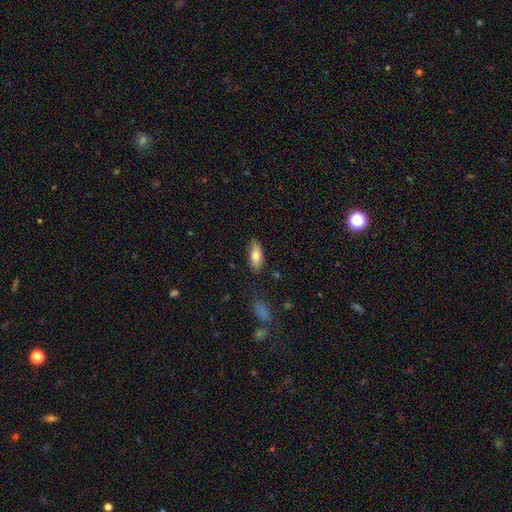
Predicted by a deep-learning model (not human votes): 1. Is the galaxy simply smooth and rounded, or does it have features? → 80% smooth, 13% featured or disk, 7% star or artifact.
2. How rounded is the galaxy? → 81% in between, 16% cigar-shaped, 2% round.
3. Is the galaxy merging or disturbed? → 77% none, 18% minor disturbance, 3% major disturbance, 2% merger.